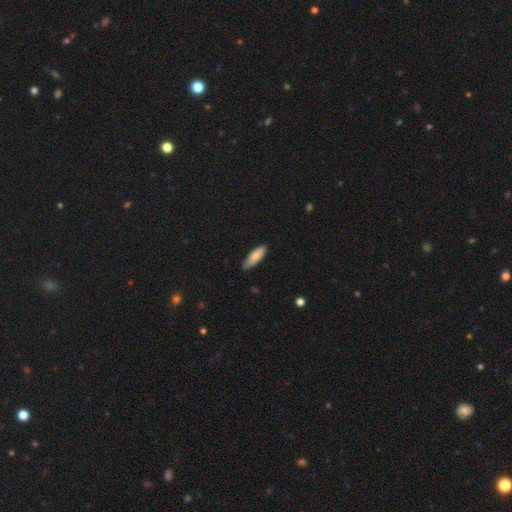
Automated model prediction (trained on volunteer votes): Smooth or featured?
  - smooth: 83% *
  - featured or disk: 12%
  - star or artifact: 6%
How rounded?
  - in between: 51% *
  - cigar-shaped: 47%
  - round: 2%
Merging?
  - none: 83% *
  - minor disturbance: 14%
  - major disturbance: 2%
  - merger: 1%